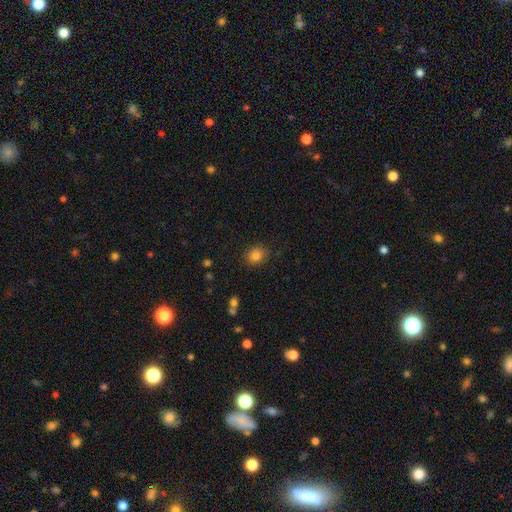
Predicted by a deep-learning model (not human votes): The model was most divided on "how rounded": round: 72%, in between: 28%, cigar-shaped: 1%. More confident: merging — none (86%); smooth or featured — smooth (83%).